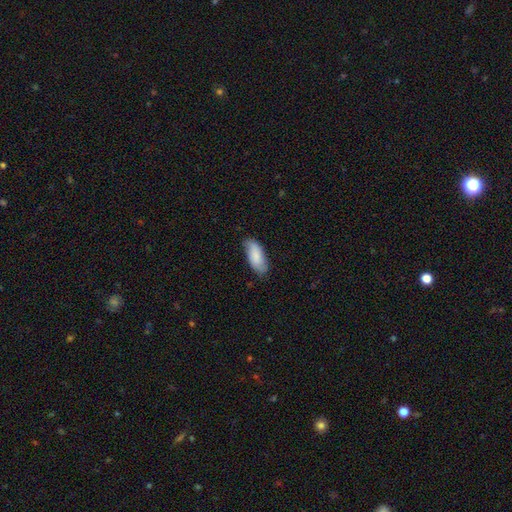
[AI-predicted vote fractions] smooth 80%, featured or disk 14%, star or artifact 6%. Down the decision tree: how rounded — in between (85%); merging — none (73%).